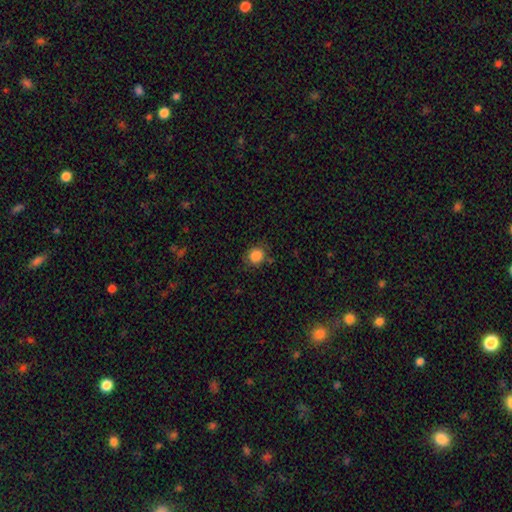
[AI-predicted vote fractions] This is clearly a smooth galaxy (86%). How rounded: likely round (70%). Merging: likely none (77%).